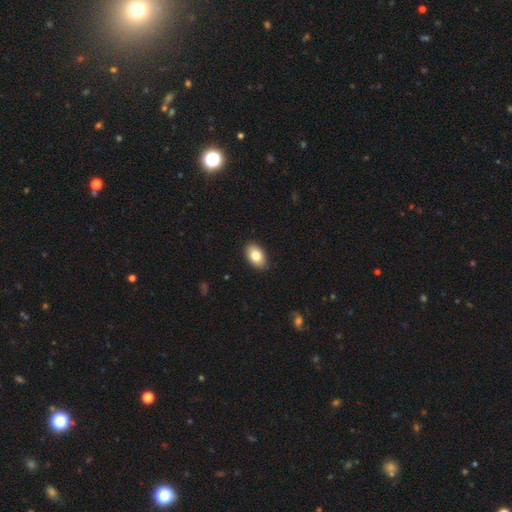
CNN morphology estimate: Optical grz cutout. It shows a smooth galaxy with no disk features (81%) that is in between round and cigar-shaped (90%). Merging: none (88%).